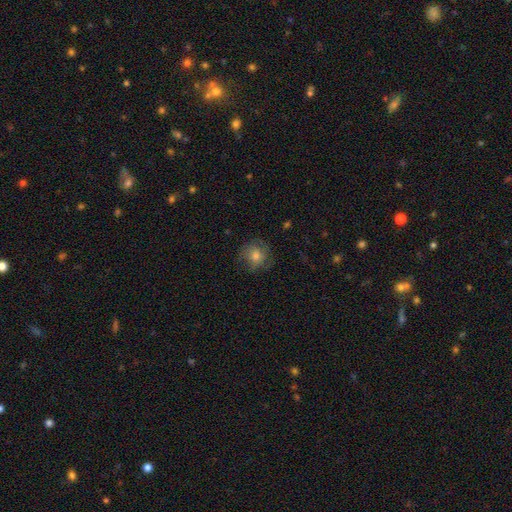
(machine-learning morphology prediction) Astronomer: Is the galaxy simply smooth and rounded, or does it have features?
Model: smooth — 65%.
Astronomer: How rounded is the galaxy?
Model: round — 86%.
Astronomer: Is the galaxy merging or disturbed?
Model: none — 74%.